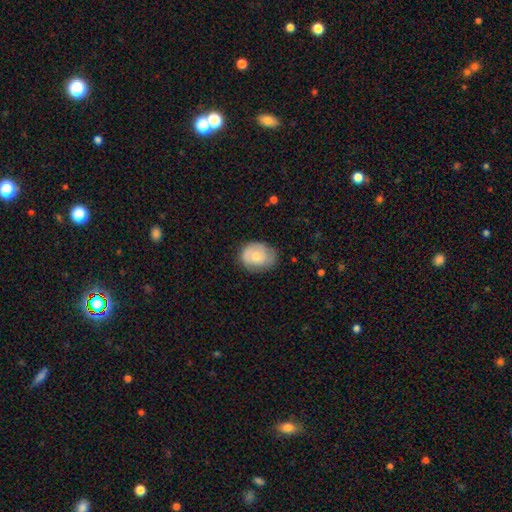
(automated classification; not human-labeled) A smooth galaxy with no disk features (65%) that is in between round and cigar-shaped (53%). Merging: none (66%).